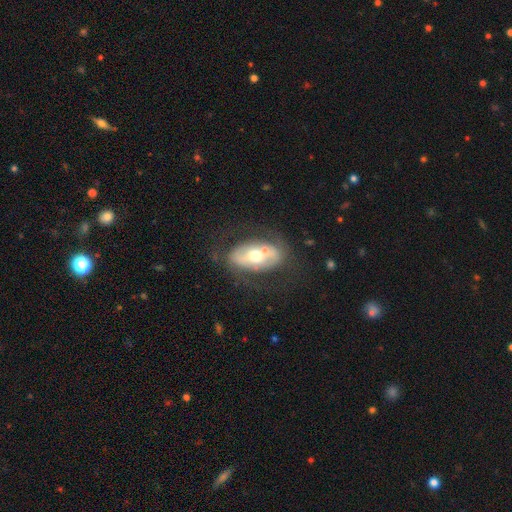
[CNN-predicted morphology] Smooth or featured? Predicted: featured or disk (p=0.60). Edge-on disk? Predicted: no (p=0.90). Bar? Predicted: no (p=0.63). Spiral arms? Predicted: no (p=0.65). Bulge size? Predicted: moderate (p=0.69). Merging? Predicted: none (p=0.61).